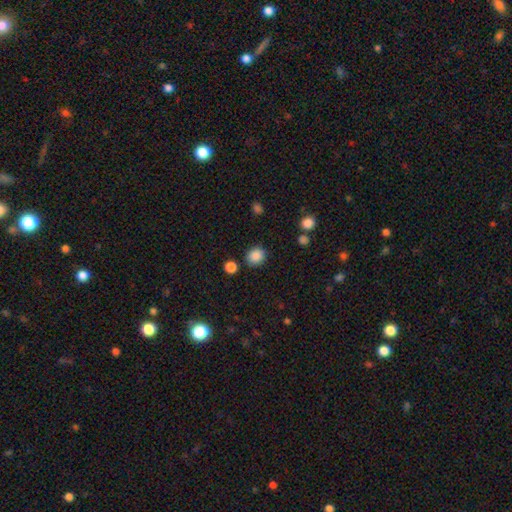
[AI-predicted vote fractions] Smooth or featured? smooth (87%)
How rounded? round (80%)
Merging? none (85%)